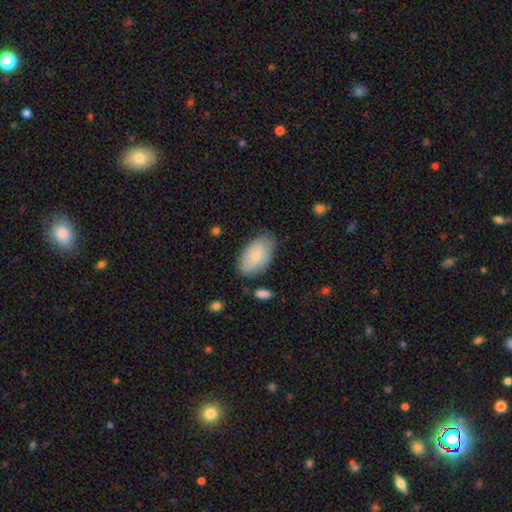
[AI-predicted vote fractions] This appears to be a smooth galaxy with no disk features (71%) that is in between round and cigar-shaped (94%). Merging: none (73%).